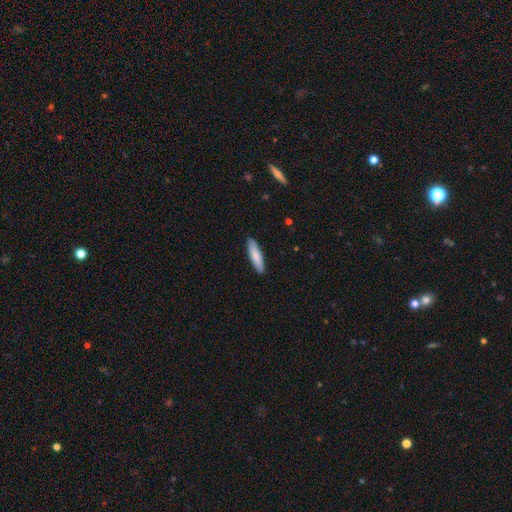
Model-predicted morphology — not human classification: Overall: smooth (82%). How rounded: cigar-shaped (72%). Merging: none (89%).